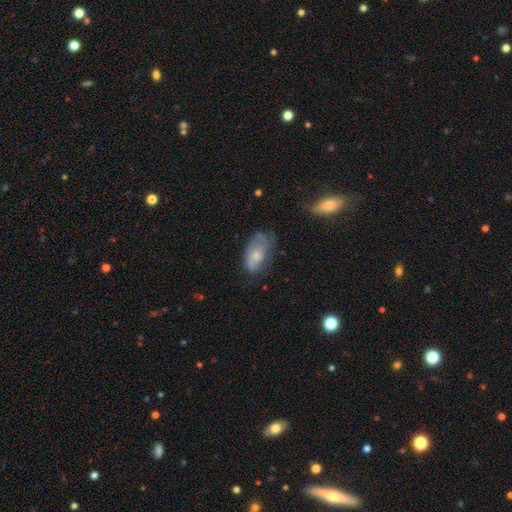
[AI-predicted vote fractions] smooth-or-featured: smooth: 53% | featured or disk: 39% | star or artifact: 7%
  how-rounded: in between: 91% | round: 5% | cigar-shaped: 3%
  merging: none: 43% | minor disturbance: 34% | major disturbance: 20% | merger: 3%